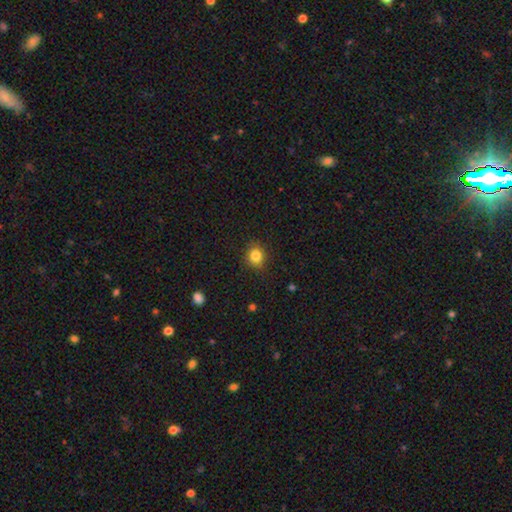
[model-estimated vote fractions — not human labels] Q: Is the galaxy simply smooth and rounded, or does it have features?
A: smooth — 83%.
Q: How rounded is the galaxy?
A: round — 79%.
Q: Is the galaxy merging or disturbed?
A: none — 88%.